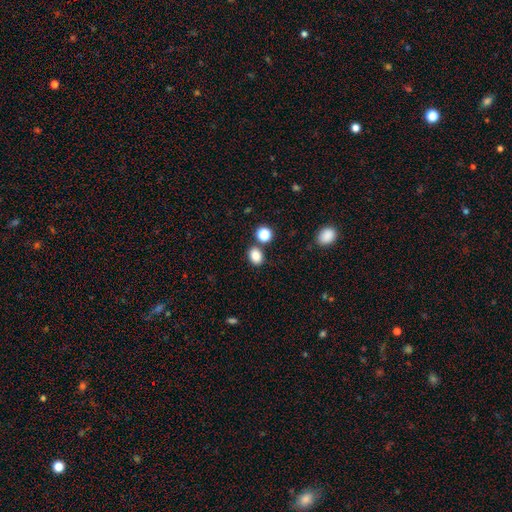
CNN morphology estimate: smooth 84%, star or artifact 11%, featured or disk 4%. Down the decision tree: how rounded — in between (59%); merging — none (78%).